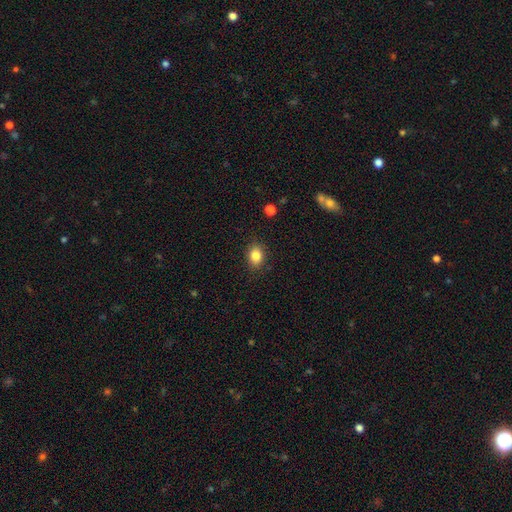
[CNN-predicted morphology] Smooth or featured?
  - smooth: 84% *
  - star or artifact: 10%
  - featured or disk: 6%
How rounded?
  - in between: 61% *
  - round: 38%
  - cigar-shaped: 1%
Merging?
  - none: 86% *
  - minor disturbance: 10%
  - major disturbance: 3%
  - merger: 1%